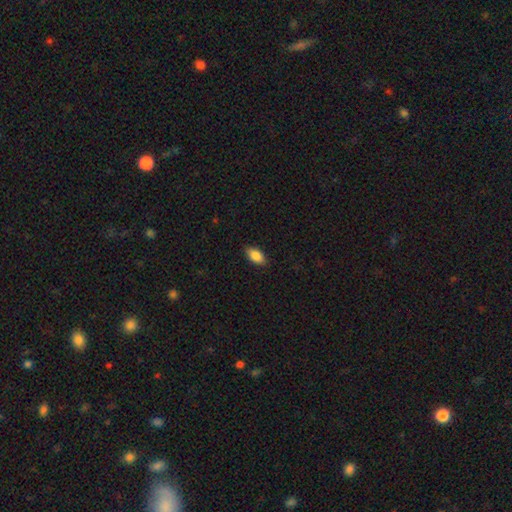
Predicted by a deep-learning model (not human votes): Overall: smooth (87%). How rounded: in between (91%). Merging: none (87%).